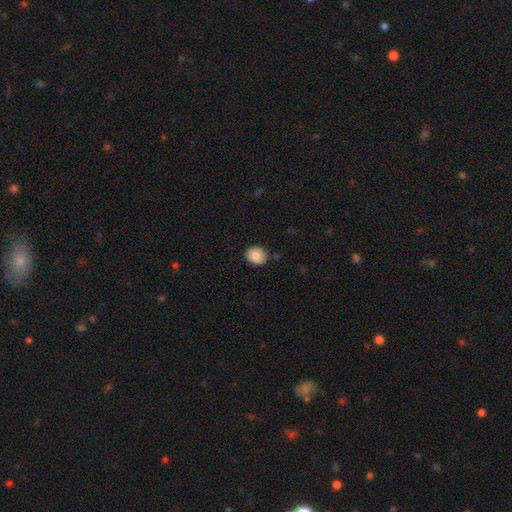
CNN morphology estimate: Smooth or featured?
  - smooth: 87% *
  - star or artifact: 8%
  - featured or disk: 5%
How rounded?
  - round: 56% *
  - in between: 43%
  - cigar-shaped: 1%
Merging?
  - none: 85% *
  - minor disturbance: 11%
  - major disturbance: 2%
  - merger: 1%